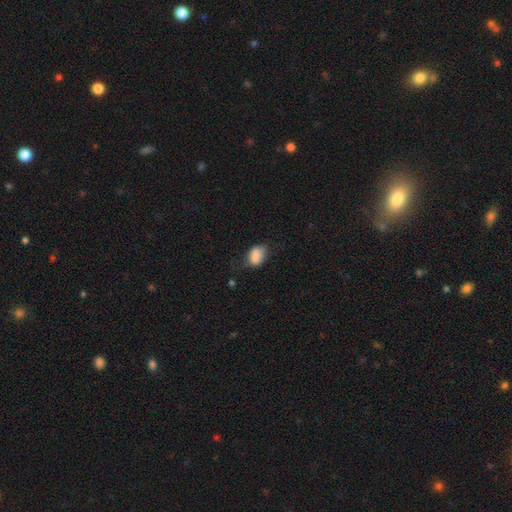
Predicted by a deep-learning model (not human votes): This is clearly a smooth galaxy (83%). How rounded: clearly in between (81%). Merging: possibly none (52%).